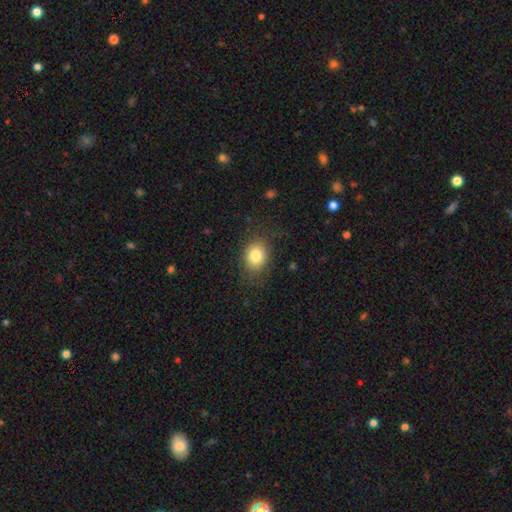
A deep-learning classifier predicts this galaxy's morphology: A smooth galaxy with no disk features (82%) that is in between round and cigar-shaped (52%).

Vote fractions:
- Smooth or featured? smooth: 82% / star or artifact: 10% / featured or disk: 8%
- How rounded? in between: 52% / round: 47% / cigar-shaped: 1%
- Merging? none: 78% / minor disturbance: 15% / major disturbance: 6% / merger: 1%